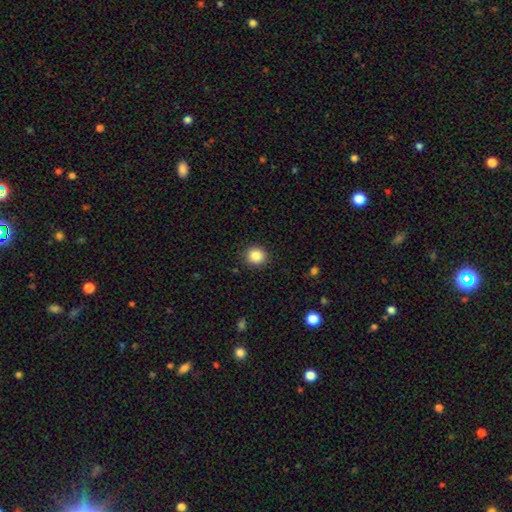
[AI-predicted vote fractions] A smooth galaxy with no disk features (85%) that is round (88%). Merging: none (90%).